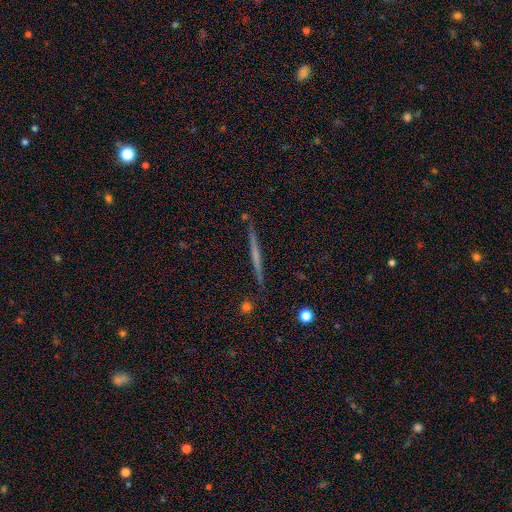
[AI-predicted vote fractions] The model was most divided on "smooth or featured": featured or disk: 56%, smooth: 37%, star or artifact: 7%. More confident: edge-on disk — yes (98%); merging — none (89%); edge-on bulge — none (82%).